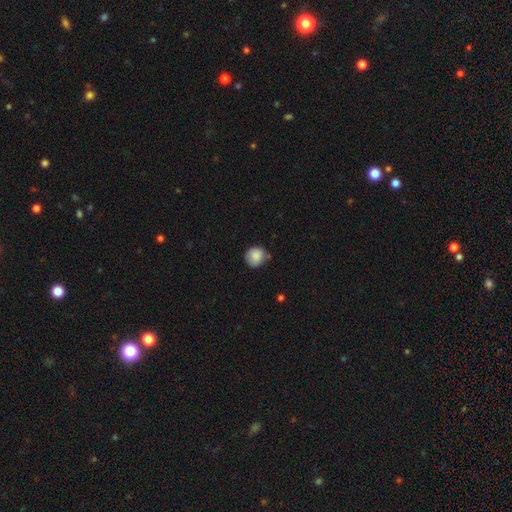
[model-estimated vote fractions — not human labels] Smooth or featured?
  - smooth: 87% *
  - star or artifact: 8%
  - featured or disk: 5%
How rounded?
  - round: 88% *
  - in between: 11%
  - cigar-shaped: 1%
Merging?
  - none: 67% *
  - minor disturbance: 24%
  - merger: 5%
  - major disturbance: 4%